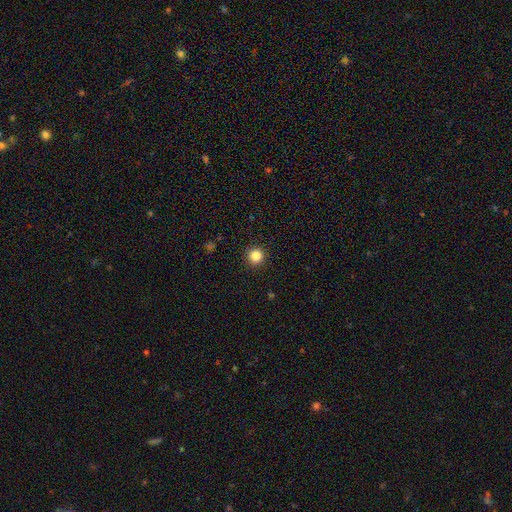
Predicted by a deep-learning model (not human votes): Q: Smooth or featured?
A: smooth (85%); runner-up: star or artifact (11%)
Q: How rounded?
A: round (95%); runner-up: in between (4%)
Q: Merging?
A: none (92%); runner-up: minor disturbance (5%)